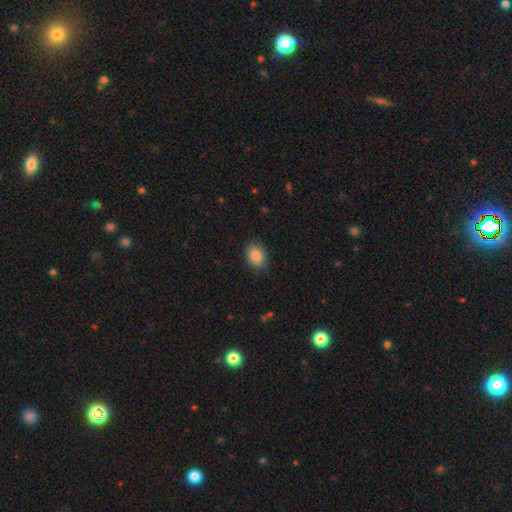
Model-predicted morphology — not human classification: smooth-or-featured: smooth: 87% | star or artifact: 8% | featured or disk: 5%
  how-rounded: in between: 70% | round: 29% | cigar-shaped: 1%
  merging: none: 82% | minor disturbance: 14% | major disturbance: 3% | merger: 1%